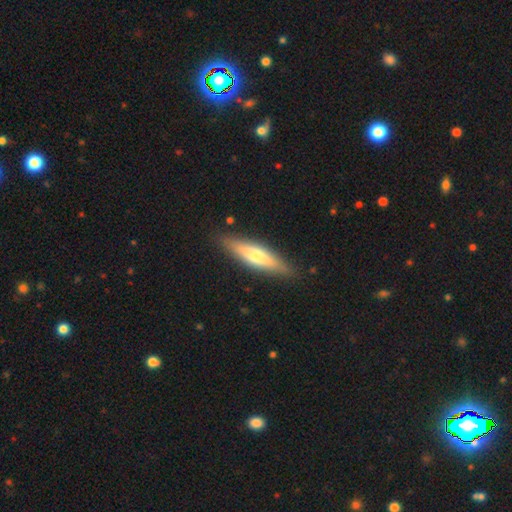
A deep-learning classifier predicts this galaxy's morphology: Smooth or featured?
  - smooth: 51% *
  - featured or disk: 44%
  - star or artifact: 5%
How rounded?
  - cigar-shaped: 75% *
  - in between: 23%
  - round: 2%
Merging?
  - none: 87% *
  - minor disturbance: 10%
  - major disturbance: 2%
  - merger: 1%